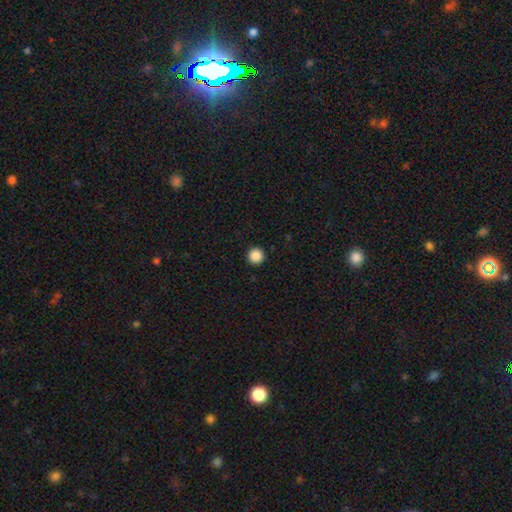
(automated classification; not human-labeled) Overall: smooth (87%). How rounded: round (97%). Merging: none (94%).